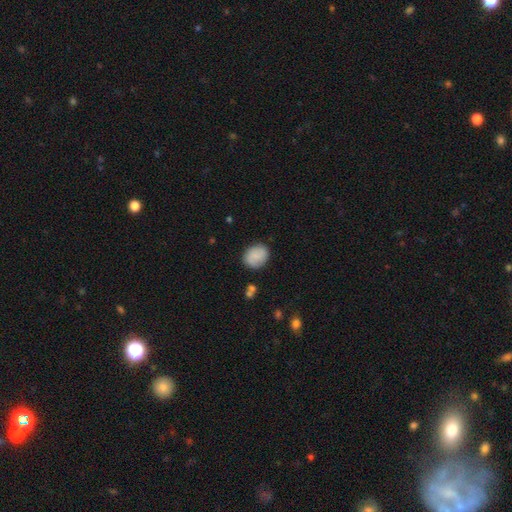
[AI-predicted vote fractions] Smooth or featured? Predicted: smooth (p=0.81). How rounded? Predicted: round (p=0.56). Merging? Predicted: none (p=0.82).